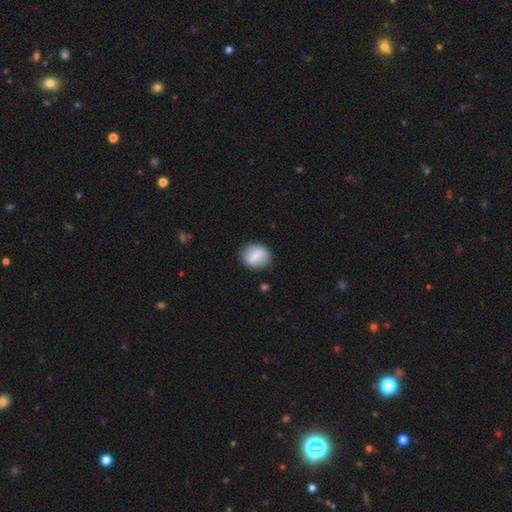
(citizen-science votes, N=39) smooth-or-featured: smooth: 77% | featured or disk: 21% | star or artifact: 3%
  how-rounded: round: 50% | in between: 43% | cigar-shaped: 7%
  merging: none: 87% | minor disturbance: 8% | major disturbance: 3% | merger: 3%